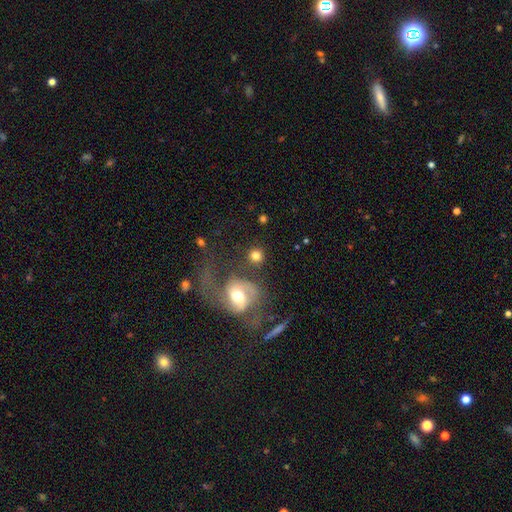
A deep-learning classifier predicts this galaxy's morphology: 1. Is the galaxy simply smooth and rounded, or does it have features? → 73% smooth, 19% featured or disk, 9% star or artifact.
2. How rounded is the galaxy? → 89% round, 10% in between, 1% cigar-shaped.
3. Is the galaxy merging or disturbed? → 68% none, 13% merger, 10% minor disturbance, 9% major disturbance.